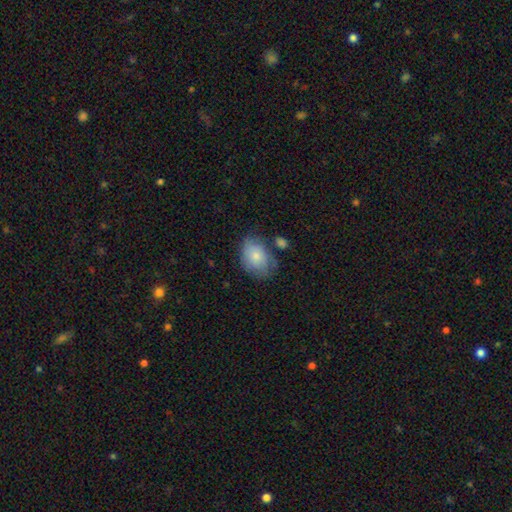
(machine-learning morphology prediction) Smooth or featured: smooth — 77% (featured or disk — 16%)
How rounded: in between — 76% (round — 23%)
Merging: none — 58% (minor disturbance — 27%)